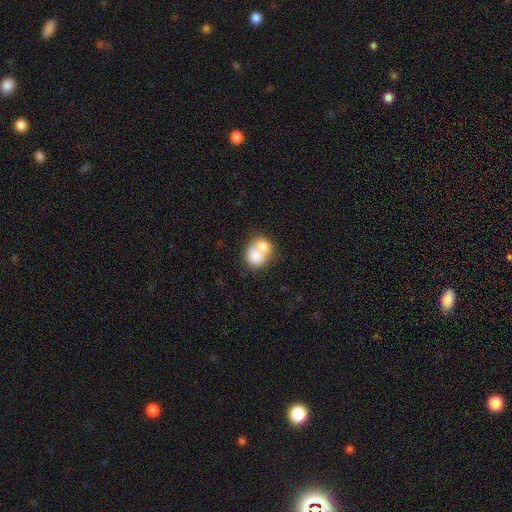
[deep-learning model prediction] smooth 73%, featured or disk 19%, star or artifact 8%. Down the decision tree: how rounded — round (61%); merging — merger (69%).